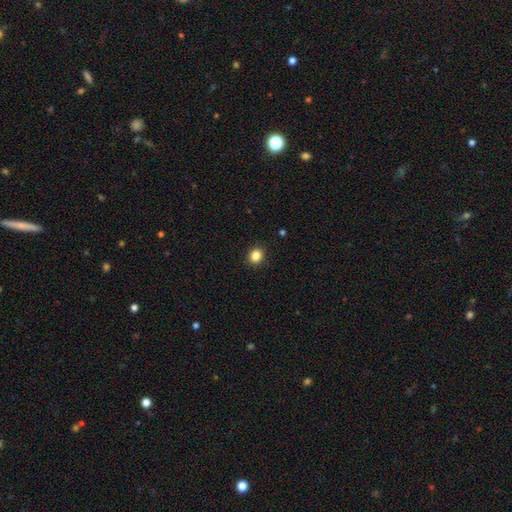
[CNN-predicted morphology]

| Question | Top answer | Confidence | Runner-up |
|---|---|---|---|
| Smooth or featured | smooth | 85% | star or artifact (11%) |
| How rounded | round | 73% | in between (26%) |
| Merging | none | 91% | minor disturbance (7%) |